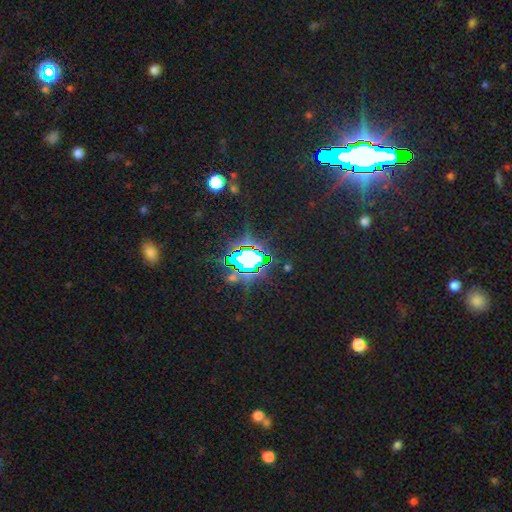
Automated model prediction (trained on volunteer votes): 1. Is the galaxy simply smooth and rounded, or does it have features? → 76% star or artifact, 15% smooth, 9% featured or disk.